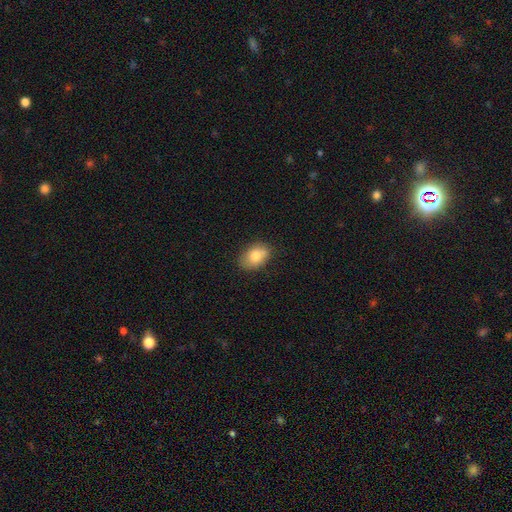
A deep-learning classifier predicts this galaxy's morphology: smooth-or-featured: smooth: 81% | featured or disk: 11% | star or artifact: 8%
  how-rounded: in between: 84% | round: 15% | cigar-shaped: 1%
  merging: none: 77% | minor disturbance: 18% | major disturbance: 3% | merger: 2%